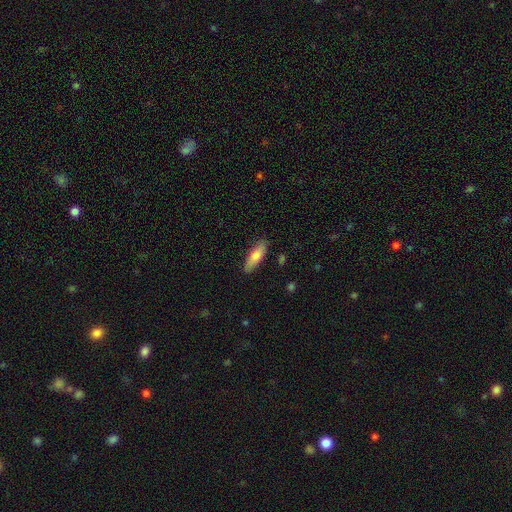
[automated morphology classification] This is likely a smooth galaxy (76%). How rounded: possibly cigar-shaped (51%). Merging: clearly none (85%).